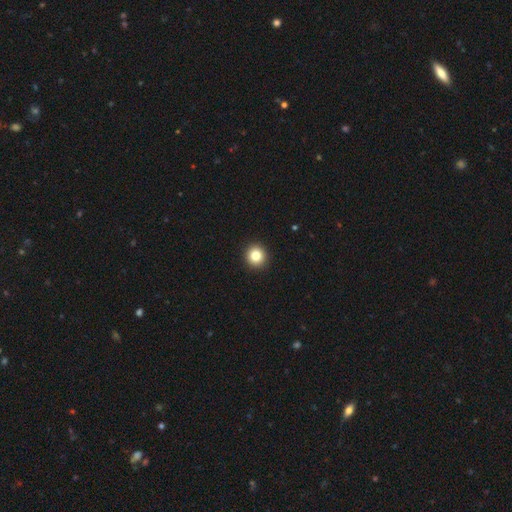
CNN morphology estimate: Smooth or featured: smooth — 83% (star or artifact — 11%)
How rounded: round — 94% (in between — 5%)
Merging: none — 94% (minor disturbance — 4%)